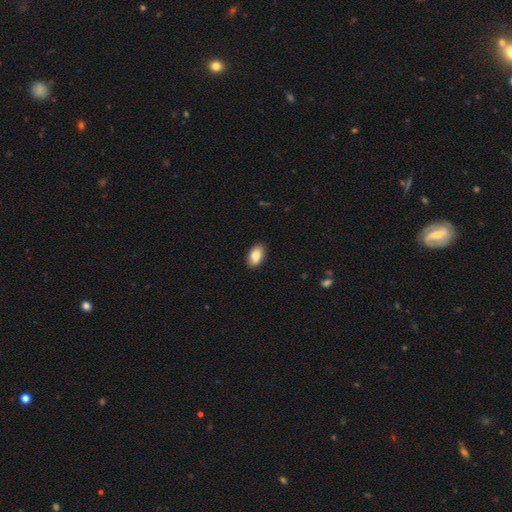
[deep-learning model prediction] A smooth galaxy with no disk features (88%) that is in between round and cigar-shaped (92%).

Vote fractions:
- Smooth or featured? smooth: 88% / star or artifact: 7% / featured or disk: 5%
- How rounded? in between: 92% / round: 6% / cigar-shaped: 2%
- Merging? none: 88% / minor disturbance: 9% / major disturbance: 2% / merger: 1%